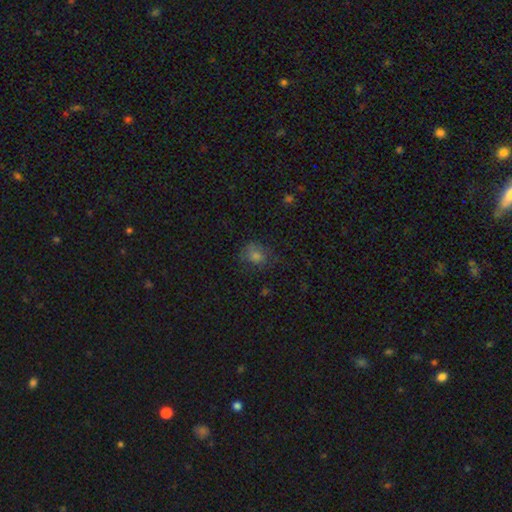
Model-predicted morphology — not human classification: smooth-or-featured: smooth: 67% | star or artifact: 20% | featured or disk: 13%
  how-rounded: round: 54% | in between: 44% | cigar-shaped: 1%
  merging: none: 60% | minor disturbance: 23% | major disturbance: 15% | merger: 2%